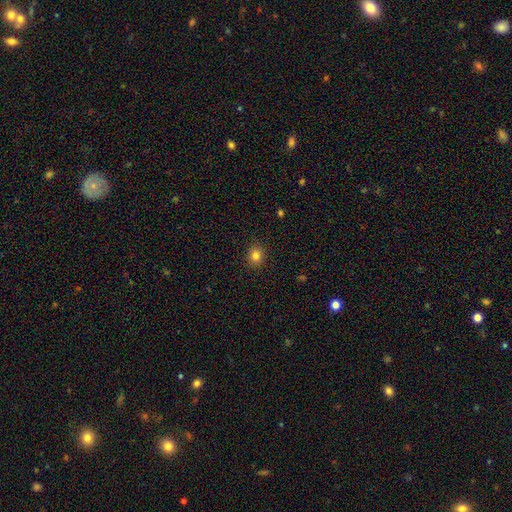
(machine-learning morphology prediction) A smooth galaxy with no disk features (82%) that is round (70%). Merging: none (90%).